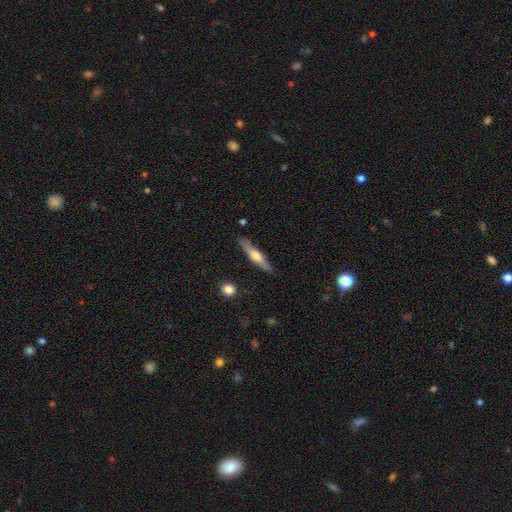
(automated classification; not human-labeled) Smooth or featured: featured or disk — 47% (tied with smooth — 47%)
Merging: none — 86% (minor disturbance — 11%)